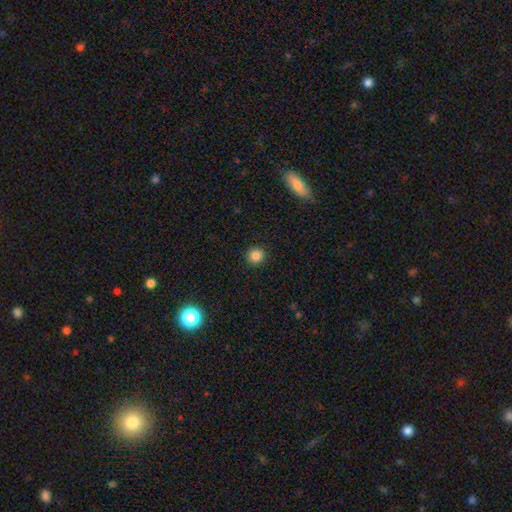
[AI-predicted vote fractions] smooth-or-featured: smooth: 85% | star or artifact: 11% | featured or disk: 4%
  how-rounded: round: 92% | in between: 7% | cigar-shaped: 1%
  merging: none: 92% | minor disturbance: 5% | major disturbance: 2% | merger: 1%